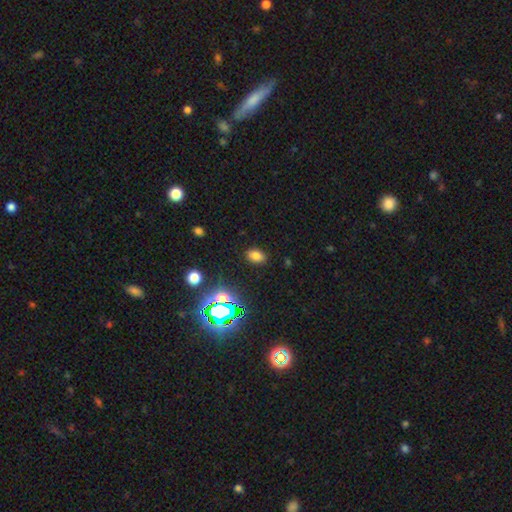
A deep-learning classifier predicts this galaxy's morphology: smooth-or-featured: smooth: 72% | star or artifact: 21% | featured or disk: 7%
  how-rounded: in between: 83% | round: 16% | cigar-shaped: 1%
  merging: none: 88% | minor disturbance: 8% | major disturbance: 3% | merger: 2%